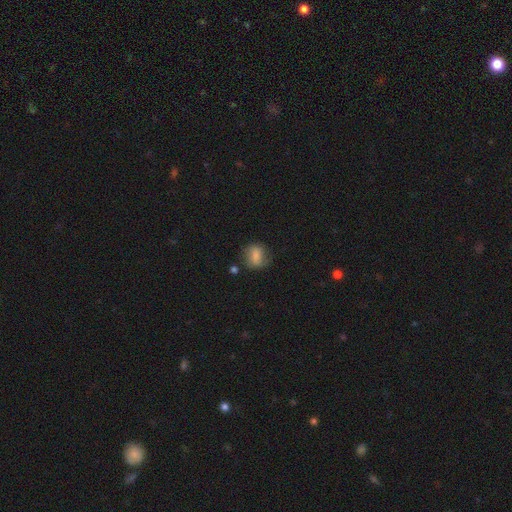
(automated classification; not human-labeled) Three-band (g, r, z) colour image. It shows a smooth galaxy with no disk features (73%) that is round (51%). Merging: none (65%).